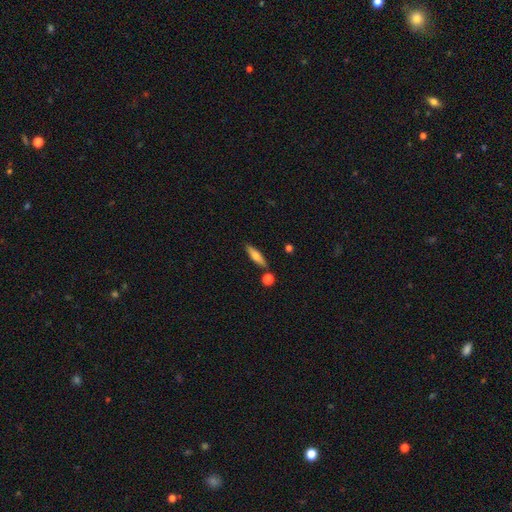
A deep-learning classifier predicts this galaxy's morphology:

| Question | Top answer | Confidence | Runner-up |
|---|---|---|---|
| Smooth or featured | smooth | 64% | featured or disk (29%) |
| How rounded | cigar-shaped | 67% | in between (30%) |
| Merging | none | 82% | minor disturbance (10%) |